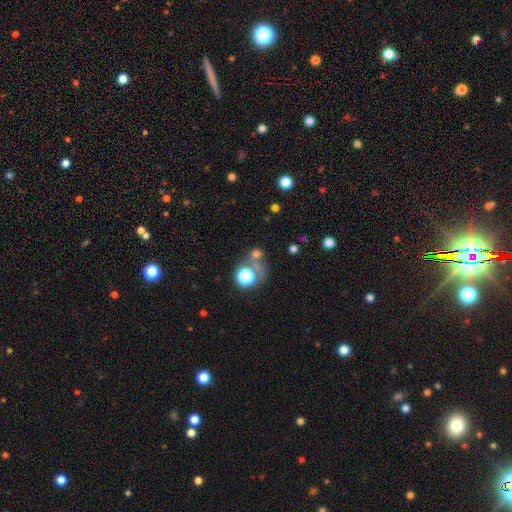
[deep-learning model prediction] smooth_or_featured: smooth (p=0.46) [alt: star or artifact p=0.41]
merging: none (p=0.52) [alt: merger p=0.28]